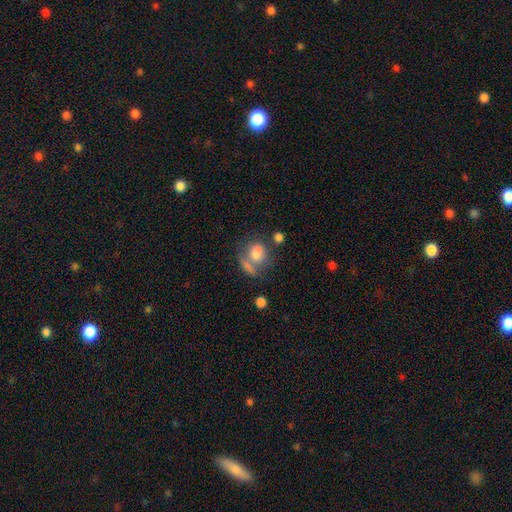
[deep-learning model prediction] Smooth or featured? smooth (71%)
How rounded? in between (57%)
Merging? merger (42%)